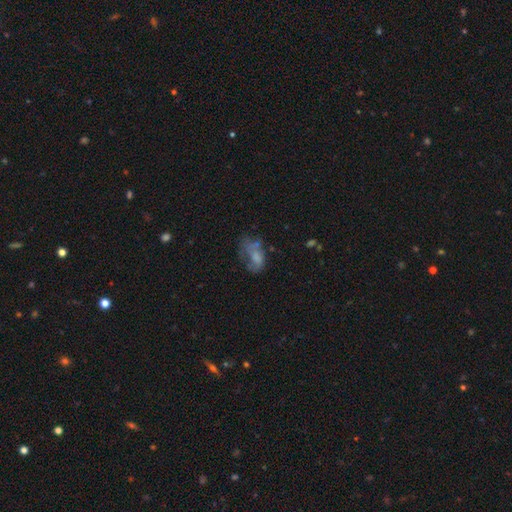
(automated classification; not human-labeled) Smooth or featured? Predicted: smooth (p=0.52). How rounded? Predicted: in between (p=0.86). Merging? Predicted: major disturbance (p=0.37).